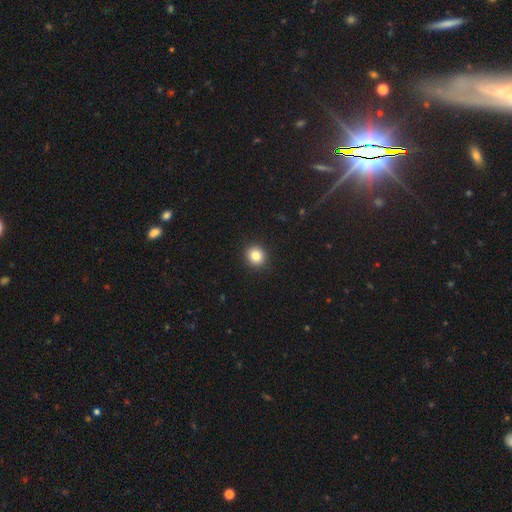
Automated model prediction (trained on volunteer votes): Smooth or featured? Predicted: smooth (p=0.83). How rounded? Predicted: round (p=0.85). Merging? Predicted: none (p=0.92).